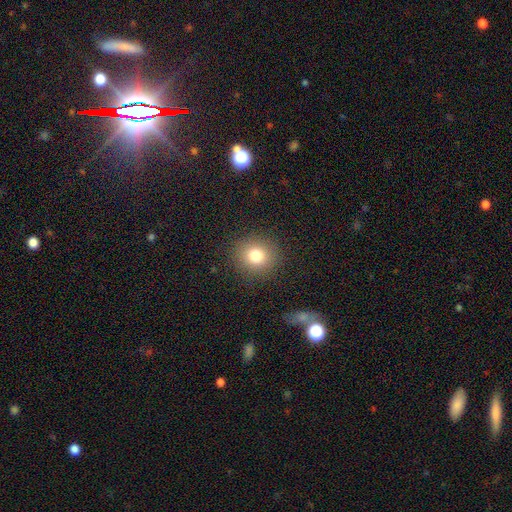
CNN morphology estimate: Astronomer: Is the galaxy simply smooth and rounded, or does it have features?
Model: smooth — 79%.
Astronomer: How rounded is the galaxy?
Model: round — 88%.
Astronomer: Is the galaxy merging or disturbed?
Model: none — 89%.